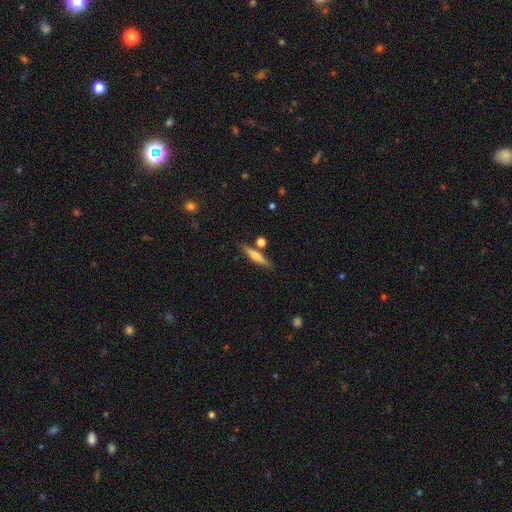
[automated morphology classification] type=smooth (53%); roundness=cigar-shaped (84%); merging=none (79%).